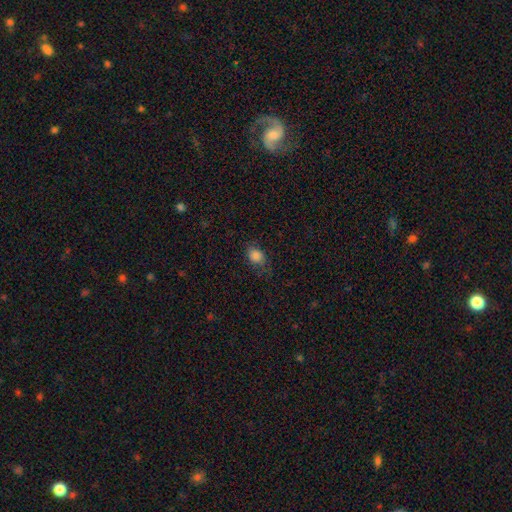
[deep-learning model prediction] Smooth or featured?
  - smooth: 84% *
  - star or artifact: 11%
  - featured or disk: 6%
How rounded?
  - in between: 64% *
  - round: 35%
  - cigar-shaped: 2%
Merging?
  - none: 70% *
  - minor disturbance: 22%
  - major disturbance: 8%
  - merger: 1%